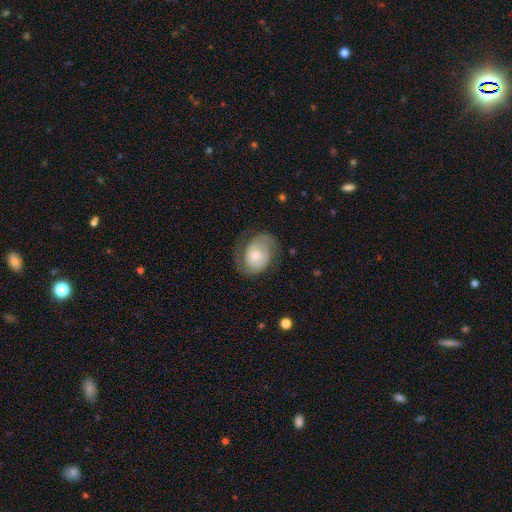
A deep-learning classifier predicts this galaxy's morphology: A featured or disk galaxy (61%) with no bar (74%), 2 (59%) tight (46%) spiral arms (85%) and a moderate central bulge (54%).

Vote fractions:
- Smooth or featured? featured or disk: 61% / smooth: 33% / star or artifact: 7%
- Edge-on disk? no: 97% / yes: 3%
- Bar? no: 74% / weak: 23% / strong: 4%
- Spiral arms? yes: 85% / no: 15%
- Spiral winding? tight: 46% / medium: 37% / loose: 17%
- Spiral arm count? 2: 59% / 1: 18% / can't tell: 18% / 3: 3% / 4: 1% / more than 4: 1%
- Bulge size? moderate: 54% / small: 32% / large: 9% / none: 3% / dominant: 2%
- Merging? none: 56% / minor disturbance: 24% / major disturbance: 19% / merger: 1%